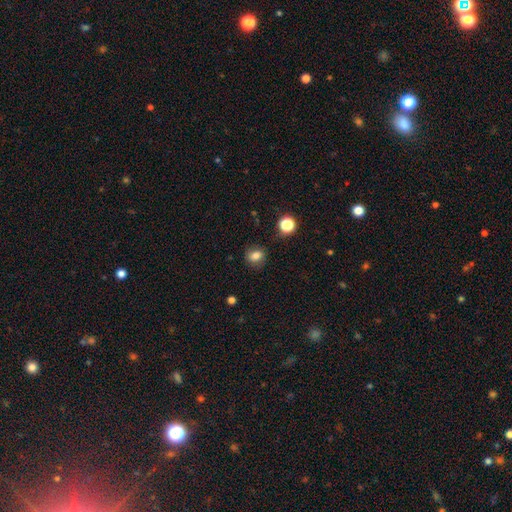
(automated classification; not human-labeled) This appears to be a smooth galaxy with no disk features (80%) that is round (57%). Merging: none (82%).